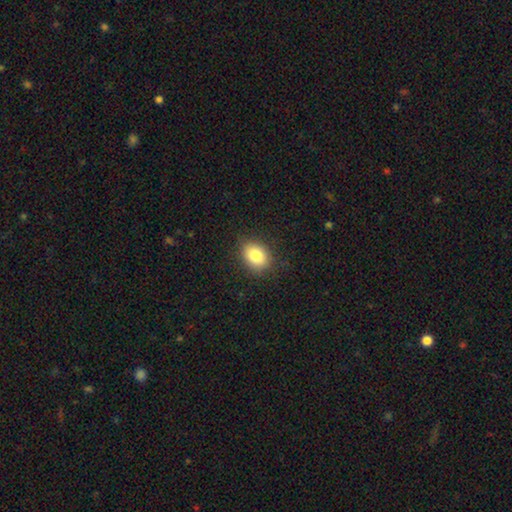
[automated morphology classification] Smooth or featured? smooth (85%)
How rounded? in between (69%)
Merging? none (85%)